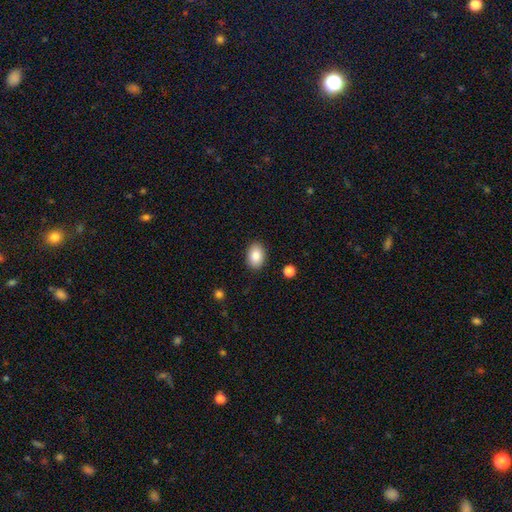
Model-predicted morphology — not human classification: smooth_or_featured: smooth (p=0.86) [alt: star or artifact p=0.07]
how_rounded: in between (p=0.84) [alt: round p=0.15]
merging: none (p=0.88) [alt: minor disturbance p=0.08]